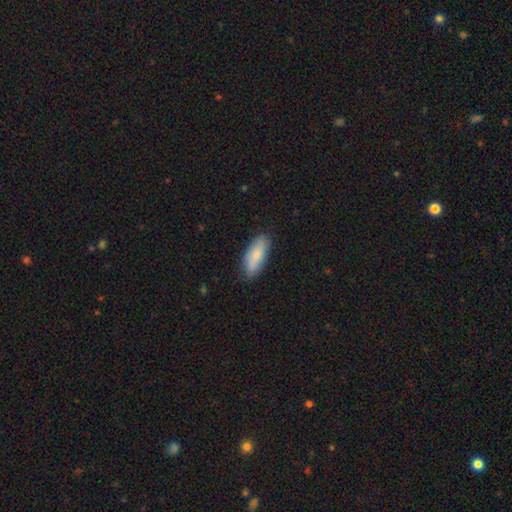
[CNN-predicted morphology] smooth_or_featured: smooth (p=0.80) [alt: featured or disk p=0.15]
how_rounded: in between (p=0.75) [alt: cigar-shaped p=0.23]
merging: none (p=0.83) [alt: minor disturbance p=0.14]